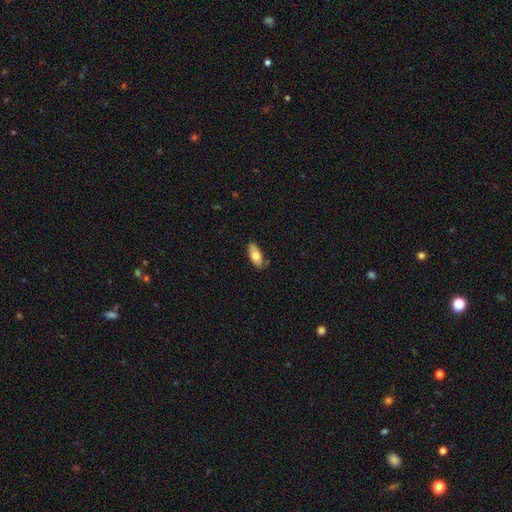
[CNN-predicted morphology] Overall: smooth (73%). How rounded: in between (86%). Merging: none (82%).